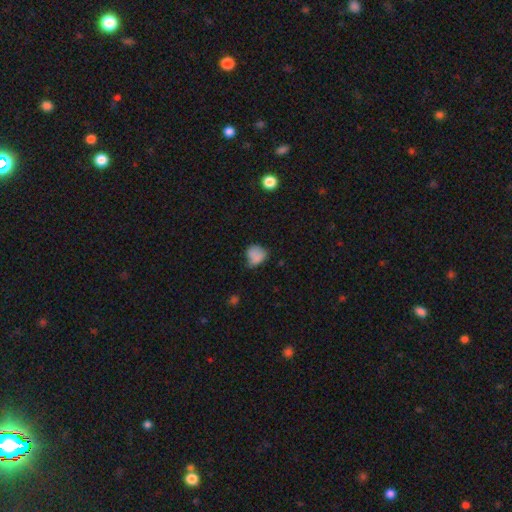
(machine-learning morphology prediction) A smooth galaxy with no disk features (78%) that is round (57%). Merging: none (42%).